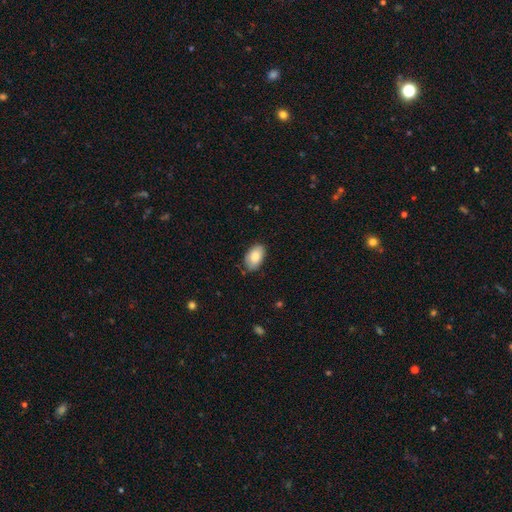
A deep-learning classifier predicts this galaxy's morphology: This is clearly a smooth galaxy (84%). How rounded: clearly in between (93%). Merging: clearly none (81%).